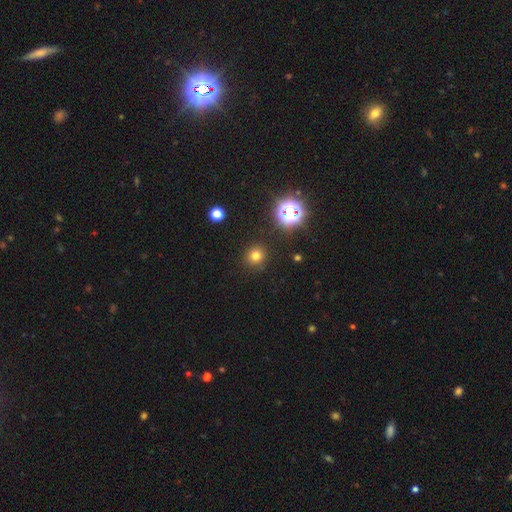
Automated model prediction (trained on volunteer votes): Q: Smooth or featured?
A: smooth (72%); runner-up: star or artifact (21%)
Q: How rounded?
A: round (90%); runner-up: in between (9%)
Q: Merging?
A: none (89%); runner-up: minor disturbance (7%)